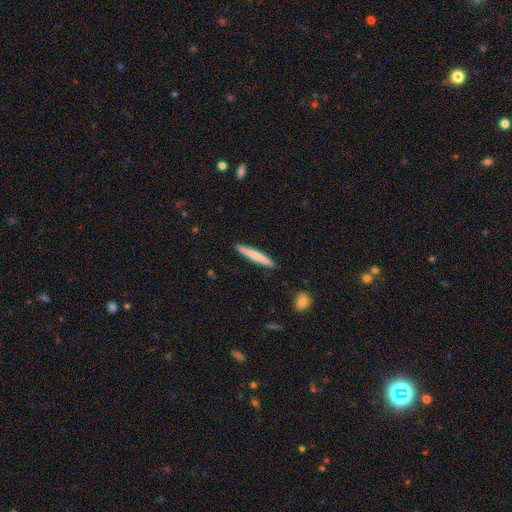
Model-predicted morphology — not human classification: This is likely a smooth galaxy (71%). How rounded: clearly cigar-shaped (96%). Merging: clearly none (91%).